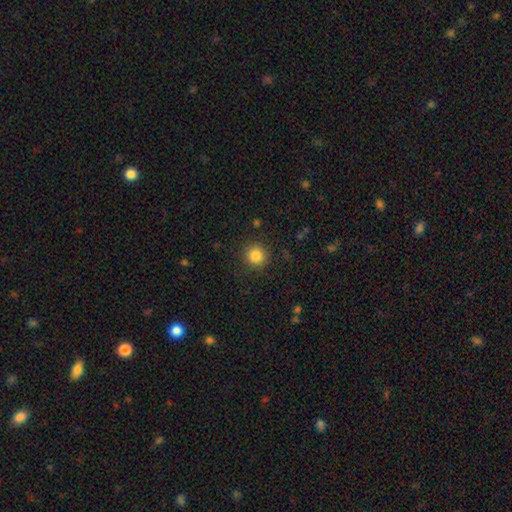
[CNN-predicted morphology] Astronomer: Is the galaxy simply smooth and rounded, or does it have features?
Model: smooth — 84%.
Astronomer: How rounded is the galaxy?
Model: round — 94%.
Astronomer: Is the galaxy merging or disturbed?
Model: none — 89%.